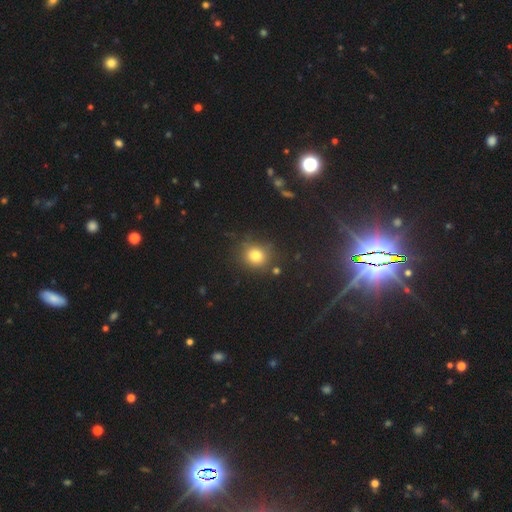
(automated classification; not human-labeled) A smooth galaxy with no disk features (78%) that is round (81%). Merging: none (80%).